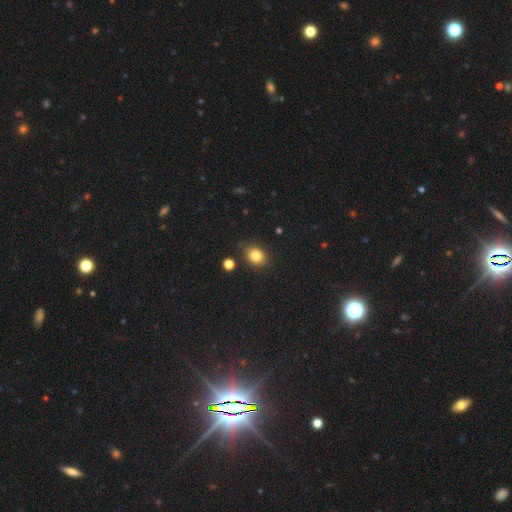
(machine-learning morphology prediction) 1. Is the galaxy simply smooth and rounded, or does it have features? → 82% smooth, 11% star or artifact, 6% featured or disk.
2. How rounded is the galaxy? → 52% in between, 47% round, 1% cigar-shaped.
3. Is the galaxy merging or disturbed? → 82% none, 11% minor disturbance, 4% merger, 3% major disturbance.